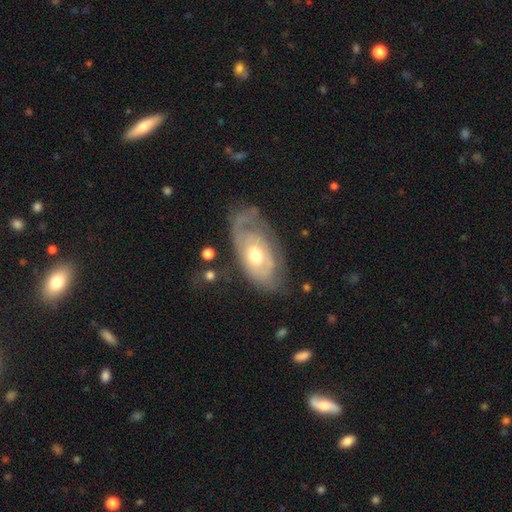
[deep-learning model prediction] Overall: featured or disk (67%). Edge-on disk: no (92%). Bar: no (79%). Spiral arms: yes (67%; no 33%). Bulge size: moderate (71%). Merging: none (47%; minor disturbance 26%).